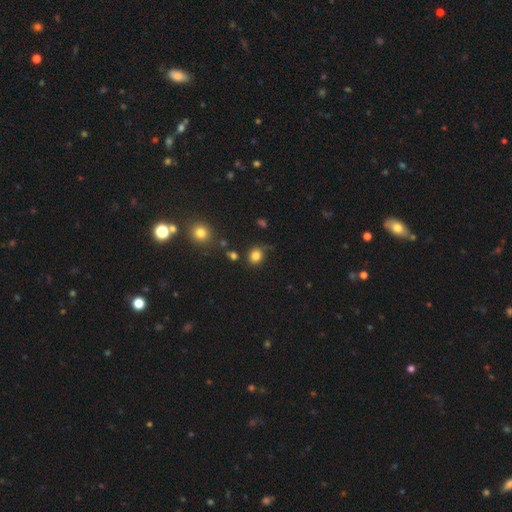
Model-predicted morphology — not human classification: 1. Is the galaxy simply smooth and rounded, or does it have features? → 82% smooth, 12% star or artifact, 5% featured or disk.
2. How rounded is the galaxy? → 71% round, 28% in between, 1% cigar-shaped.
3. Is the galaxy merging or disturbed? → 70% none, 19% minor disturbance, 6% major disturbance, 4% merger.